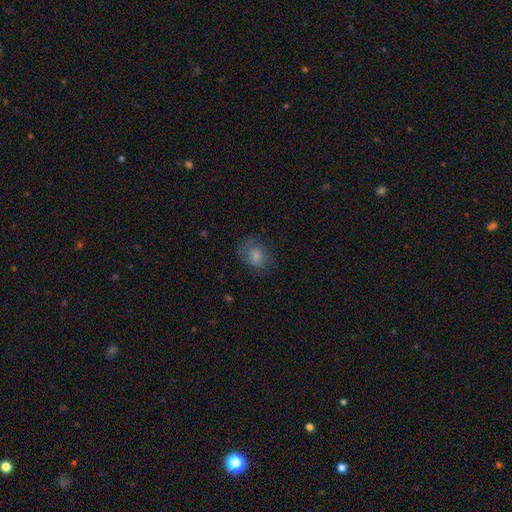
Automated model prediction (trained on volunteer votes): Smooth or featured: smooth — 78% (featured or disk — 13%)
How rounded: in between — 50% (round — 49%)
Merging: none — 69% (minor disturbance — 21%)